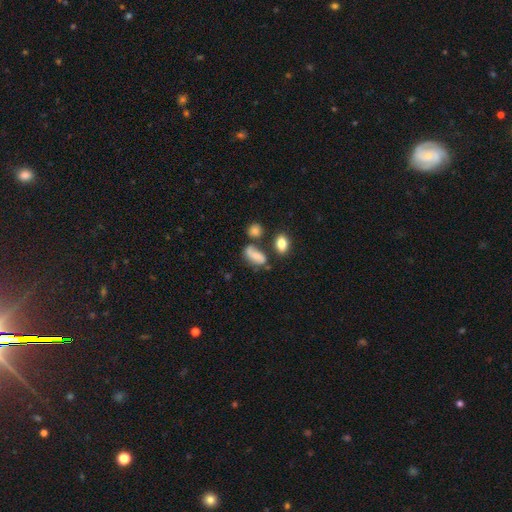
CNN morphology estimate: A smooth galaxy with no disk features (58%) that is in between round and cigar-shaped (85%). Merging: none (47%).